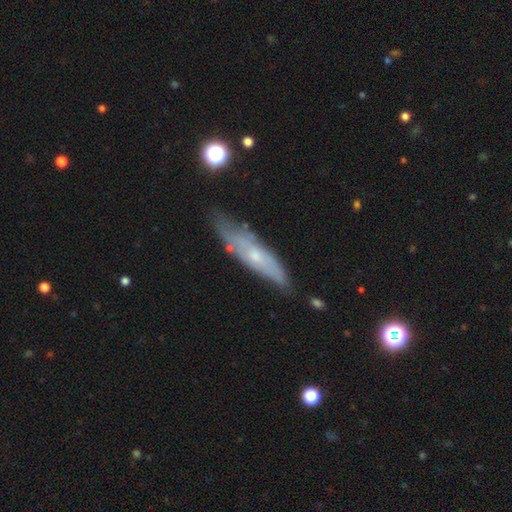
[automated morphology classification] featured or disk 53%, smooth 40%, star or artifact 7%. Down the decision tree: edge-on disk — no (51%); merging — none (64%).